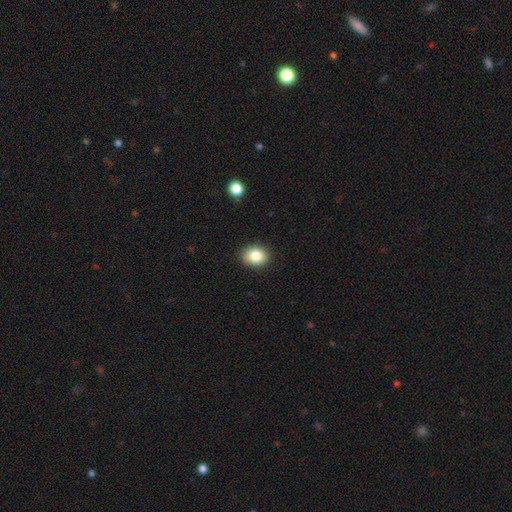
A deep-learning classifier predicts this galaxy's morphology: This is clearly a smooth galaxy (84%). How rounded: possibly in between (52%). Merging: clearly none (89%).